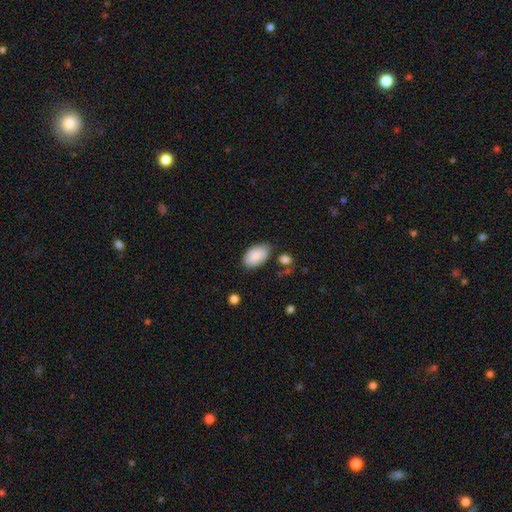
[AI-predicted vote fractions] A smooth galaxy with no disk features (85%) that is in between round and cigar-shaped (94%). Merging: none (72%).